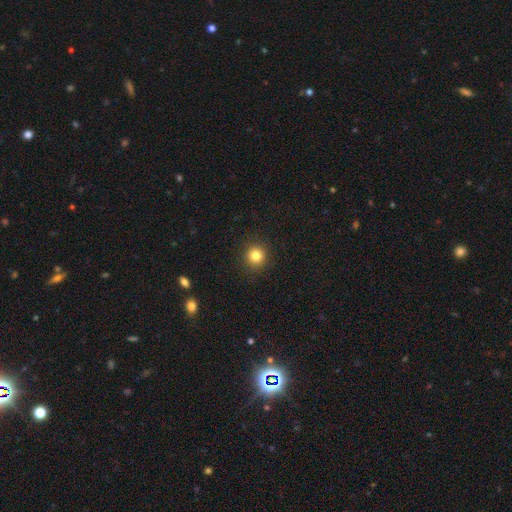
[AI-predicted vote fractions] Smooth or featured?
  - smooth: 83% *
  - star or artifact: 12%
  - featured or disk: 5%
How rounded?
  - round: 94% *
  - in between: 5%
  - cigar-shaped: 1%
Merging?
  - none: 92% *
  - minor disturbance: 5%
  - major disturbance: 2%
  - merger: 1%